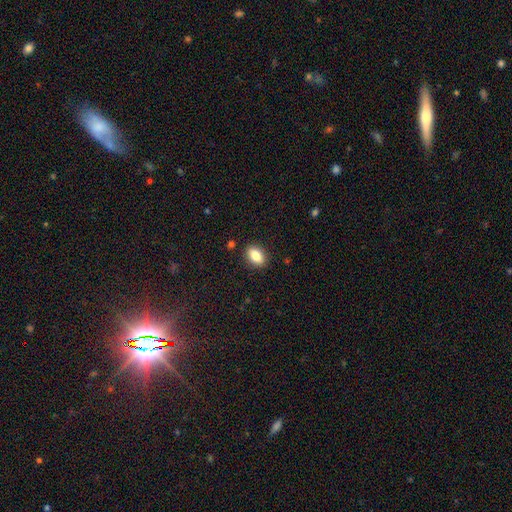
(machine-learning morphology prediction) Overall: smooth (84%). How rounded: in between (86%). Merging: none (88%).